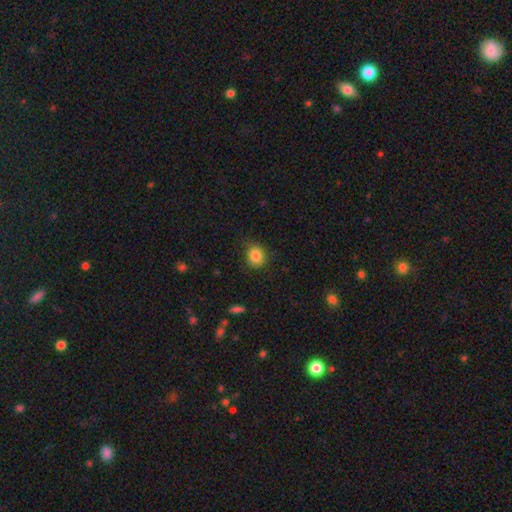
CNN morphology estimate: smooth-or-featured: smooth: 85% | star or artifact: 10% | featured or disk: 5%
  how-rounded: round: 73% | in between: 26% | cigar-shaped: 1%
  merging: none: 78% | minor disturbance: 17% | major disturbance: 4% | merger: 1%